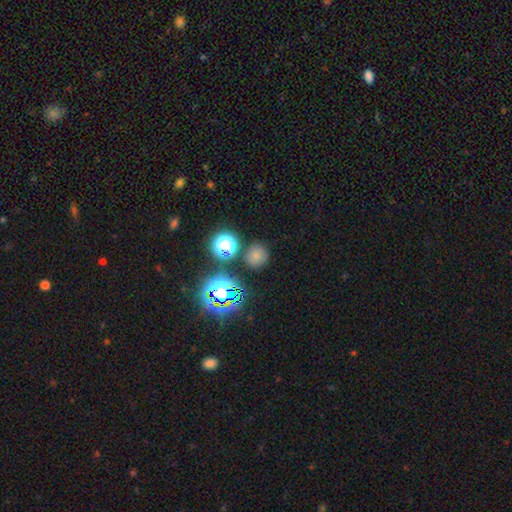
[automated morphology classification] Smooth or featured? Predicted: smooth (p=0.65). How rounded? Predicted: round (p=0.89). Merging? Predicted: none (p=0.82).